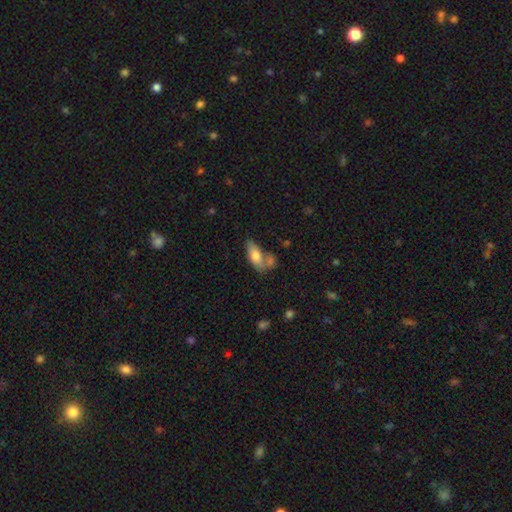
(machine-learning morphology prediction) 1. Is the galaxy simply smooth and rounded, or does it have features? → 72% smooth, 20% featured or disk, 7% star or artifact.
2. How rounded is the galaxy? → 81% in between, 15% cigar-shaped, 4% round.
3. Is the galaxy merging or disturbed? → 37% none (tied), 37% merger (tied), 17% minor disturbance, 8% major disturbance.